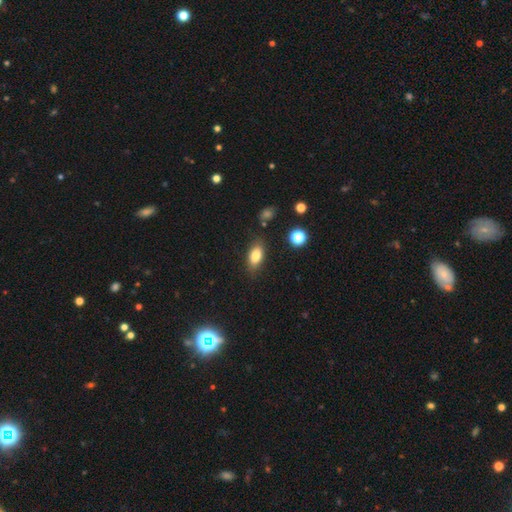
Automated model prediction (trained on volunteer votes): Smooth or featured: smooth — 81% (featured or disk — 10%)
How rounded: in between — 86% (round — 7%)
Merging: none — 82% (minor disturbance — 13%)